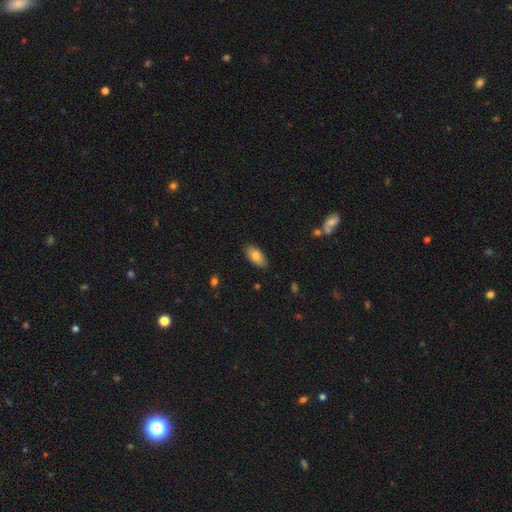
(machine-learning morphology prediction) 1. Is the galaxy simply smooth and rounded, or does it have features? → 78% smooth, 15% featured or disk, 7% star or artifact.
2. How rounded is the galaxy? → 92% in between, 5% cigar-shaped, 3% round.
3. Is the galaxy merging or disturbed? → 85% none, 12% minor disturbance, 2% major disturbance, 1% merger.